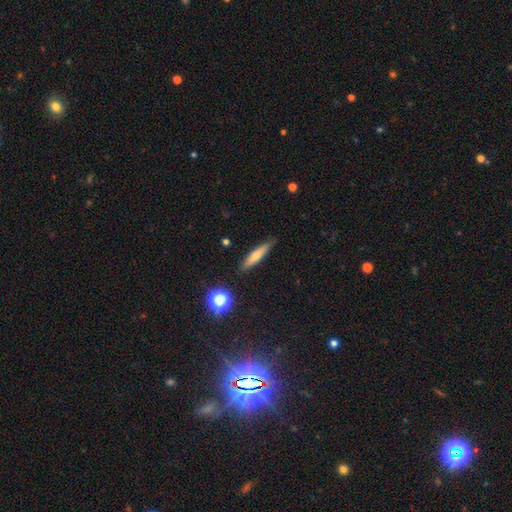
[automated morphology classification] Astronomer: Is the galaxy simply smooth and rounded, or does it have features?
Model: smooth — 61%.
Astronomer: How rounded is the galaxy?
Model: cigar-shaped — 84%.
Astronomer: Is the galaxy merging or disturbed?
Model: none — 85%.